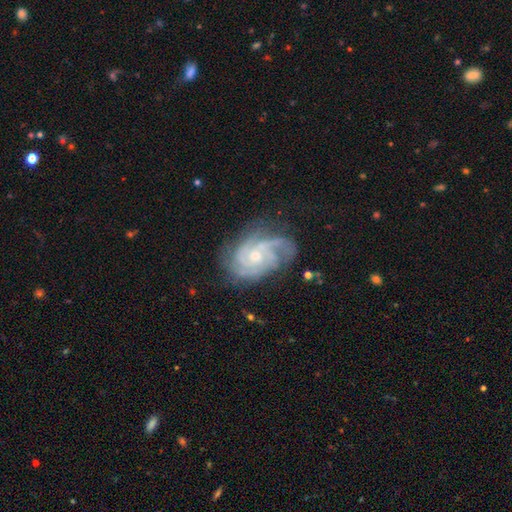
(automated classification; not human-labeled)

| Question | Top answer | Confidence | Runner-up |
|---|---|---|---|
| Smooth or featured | featured or disk | 87% | smooth (7%) |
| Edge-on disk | no | 97% | yes (3%) |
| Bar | no | 74% | weak (22%) |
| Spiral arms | yes | 97% | no (3%) |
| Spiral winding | tight | 54% | medium (37%) |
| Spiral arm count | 3 | 39% | can't tell (18%) |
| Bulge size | small | 58% | moderate (39%) |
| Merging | none | 63% | minor disturbance (23%) |